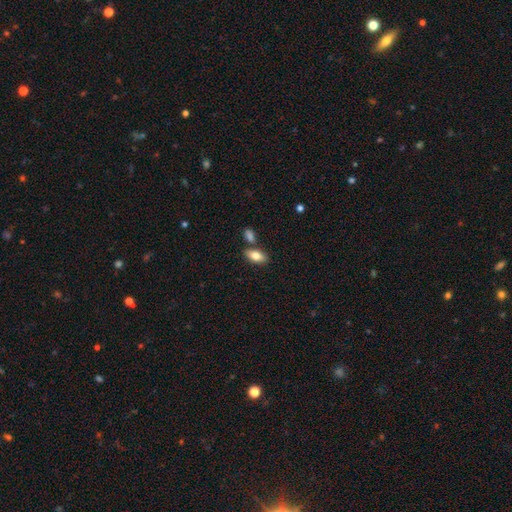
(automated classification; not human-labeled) smooth-or-featured: smooth: 79% | featured or disk: 14% | star or artifact: 7%
  how-rounded: in between: 88% | cigar-shaped: 8% | round: 4%
  merging: none: 73% | merger: 13% | minor disturbance: 12% | major disturbance: 3%